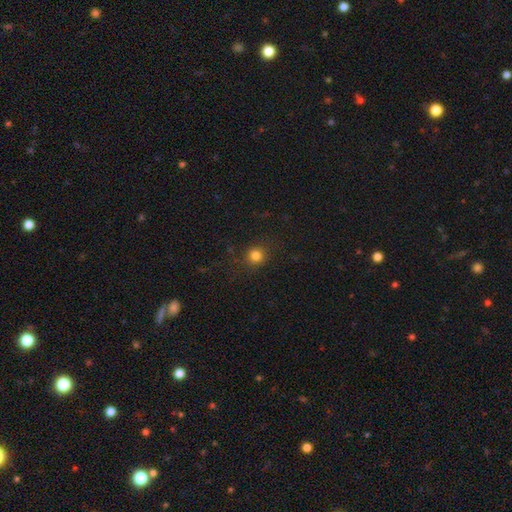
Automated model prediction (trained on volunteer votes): A smooth galaxy with no disk features (80%) that is round (89%).

Vote fractions:
- Smooth or featured? smooth: 80% / star or artifact: 15% / featured or disk: 5%
- How rounded? round: 89% / in between: 10% / cigar-shaped: 1%
- Merging? none: 85% / minor disturbance: 9% / major disturbance: 4% / merger: 1%